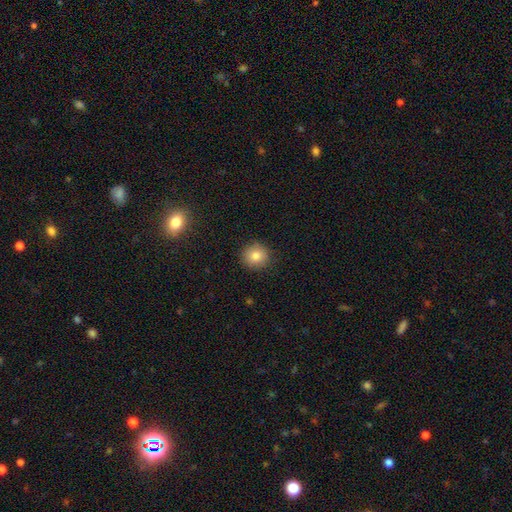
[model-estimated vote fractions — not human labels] This is clearly a smooth galaxy (82%). How rounded: clearly round (92%). Merging: clearly none (89%).